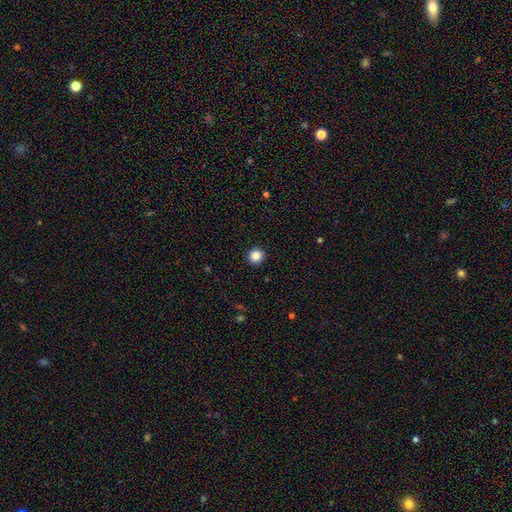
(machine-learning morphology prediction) Overall: smooth (86%). How rounded: round (93%). Merging: none (93%).